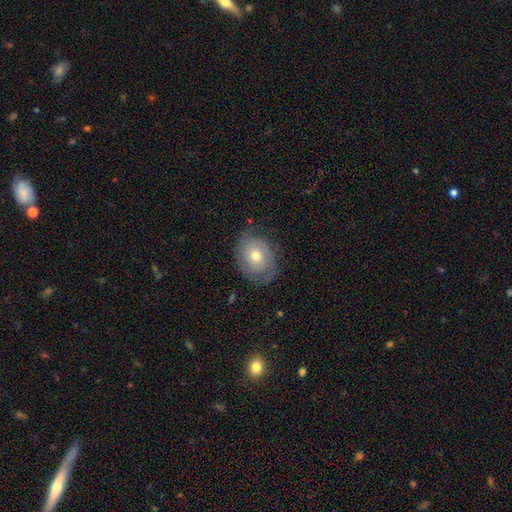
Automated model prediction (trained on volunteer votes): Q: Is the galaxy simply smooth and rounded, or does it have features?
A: featured or disk — 47%.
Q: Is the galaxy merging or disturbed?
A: none — 69%.